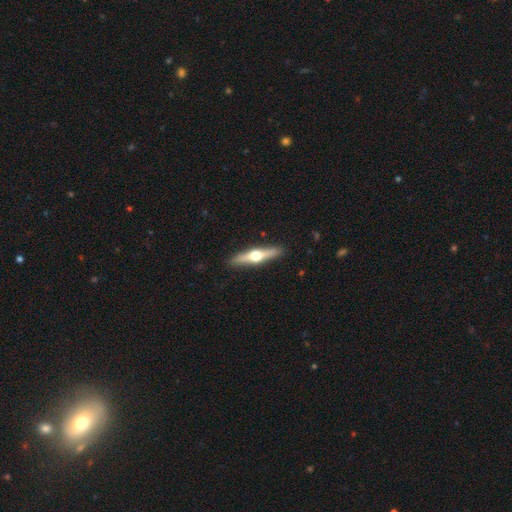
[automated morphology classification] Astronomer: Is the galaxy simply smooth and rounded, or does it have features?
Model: featured or disk — 66%.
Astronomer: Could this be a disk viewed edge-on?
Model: yes — 96%.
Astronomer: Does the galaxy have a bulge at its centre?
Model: rounded — 96%.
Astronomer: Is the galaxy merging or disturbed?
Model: none — 91%.